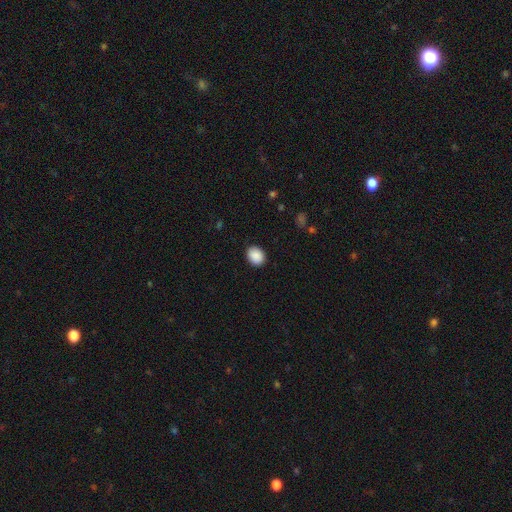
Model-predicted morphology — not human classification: smooth_or_featured: smooth (p=0.90) [alt: star or artifact p=0.07]
how_rounded: in between (p=0.57) [alt: round p=0.42]
merging: none (p=0.89) [alt: minor disturbance p=0.08]